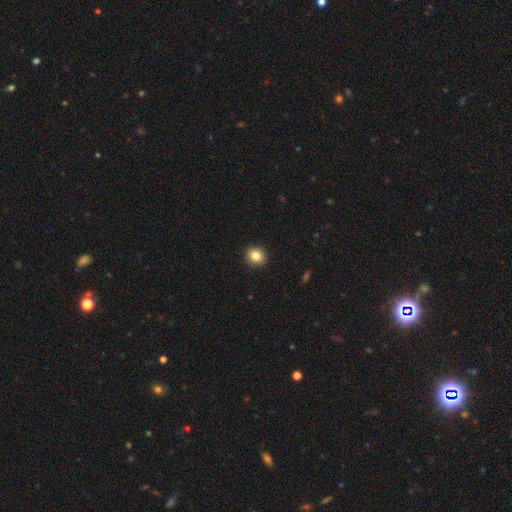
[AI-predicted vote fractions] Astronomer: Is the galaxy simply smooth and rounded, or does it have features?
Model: smooth — 84%.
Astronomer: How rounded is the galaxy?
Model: round — 75%.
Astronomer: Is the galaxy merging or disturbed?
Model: none — 92%.